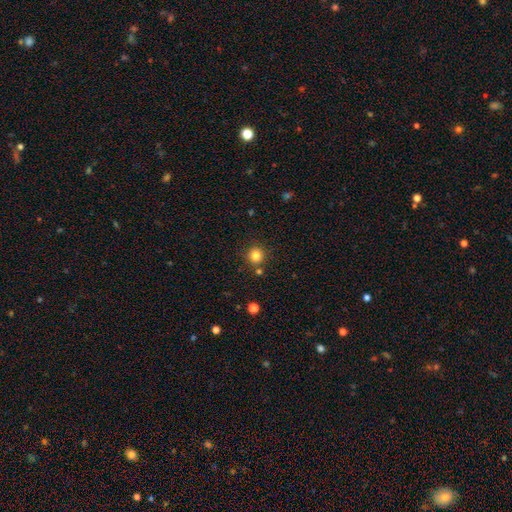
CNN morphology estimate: Smooth or featured? smooth (81%)
How rounded? round (93%)
Merging? none (82%)